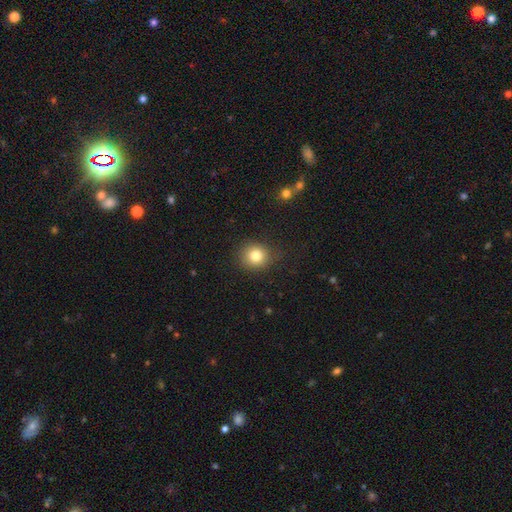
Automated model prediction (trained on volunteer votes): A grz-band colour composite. It shows a smooth galaxy with no disk features (81%) that is round (85%). Merging: none (85%).